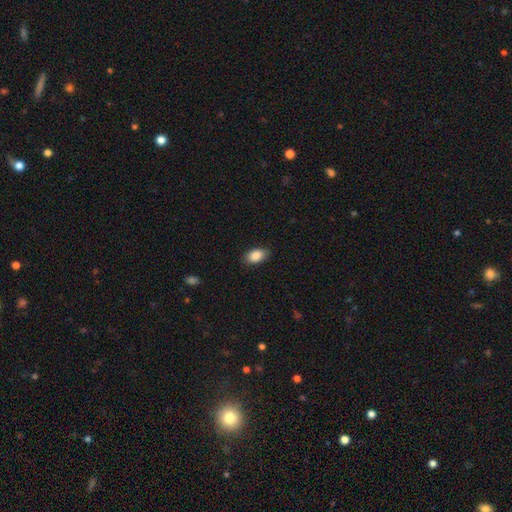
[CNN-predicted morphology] type=smooth (89%); roundness=in between (90%); merging=none (84%).